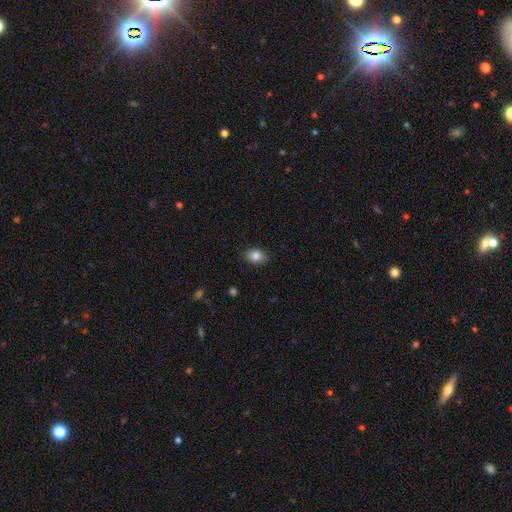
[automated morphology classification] This appears to be a smooth galaxy with no disk features (84%) that is in between round and cigar-shaped (74%). Merging: none (85%).